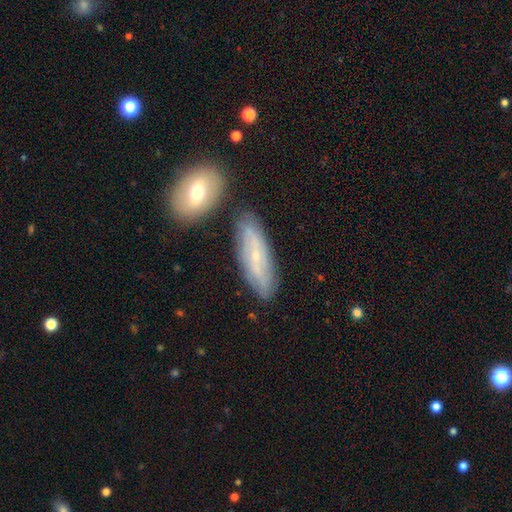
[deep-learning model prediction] Smooth or featured?
  - featured or disk: 58% *
  - smooth: 35%
  - star or artifact: 8%
Edge-on disk?
  - no: 77% *
  - yes: 23%
Merging?
  - none: 74% *
  - minor disturbance: 15%
  - merger: 8%
  - major disturbance: 3%